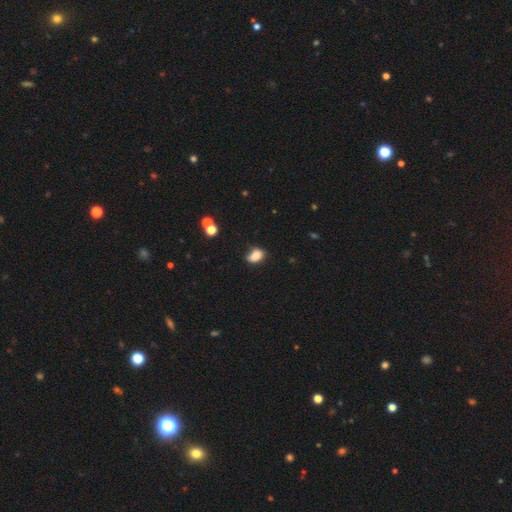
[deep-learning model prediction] Smooth or featured? Predicted: smooth (p=0.84). How rounded? Predicted: in between (p=0.80). Merging? Predicted: none (p=0.63).